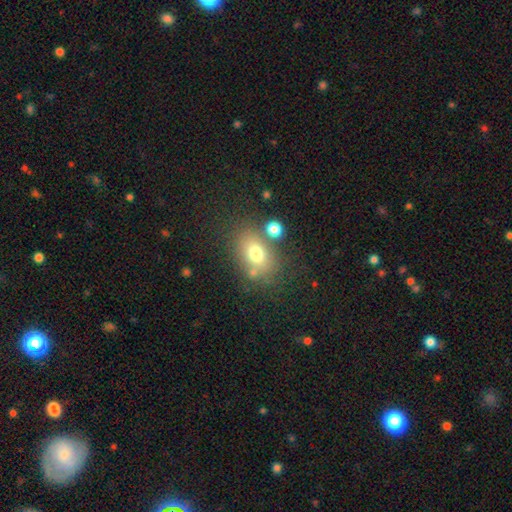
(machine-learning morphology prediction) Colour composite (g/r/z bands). It shows a smooth galaxy with no disk features (72%) that is in between round and cigar-shaped (72%). Merging: none (66%).